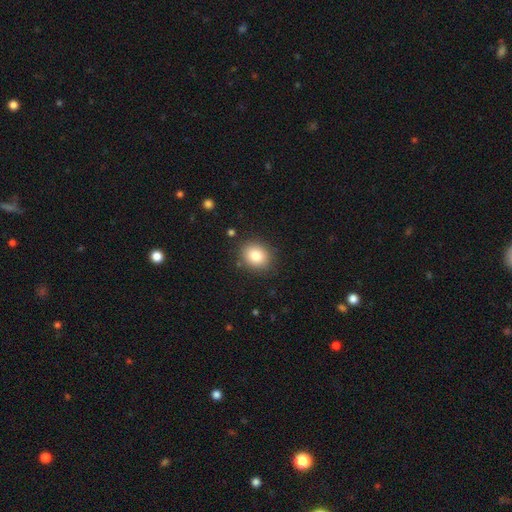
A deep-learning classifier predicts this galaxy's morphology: Smooth or featured? smooth (82%)
How rounded? round (62%)
Merging? none (86%)